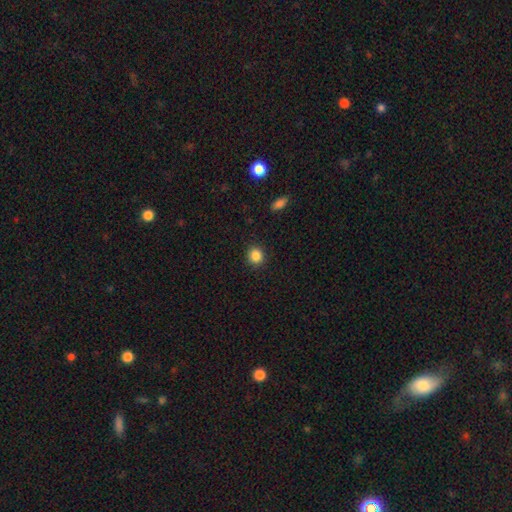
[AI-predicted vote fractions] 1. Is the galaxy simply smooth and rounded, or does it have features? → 86% smooth, 10% star or artifact, 4% featured or disk.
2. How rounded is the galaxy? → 86% round, 13% in between, 1% cigar-shaped.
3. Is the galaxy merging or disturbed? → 91% none, 6% minor disturbance, 2% major disturbance, 1% merger.